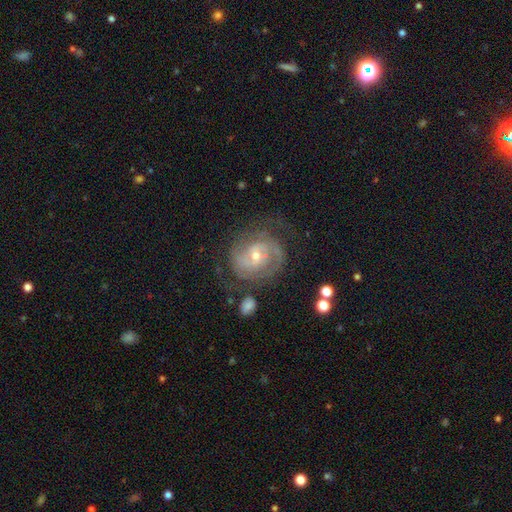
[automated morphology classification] Smooth or featured? Predicted: featured or disk (p=0.85). Edge-on disk? Predicted: no (p=0.97). Bar? Predicted: no (p=0.52). Spiral arms? Predicted: yes (p=0.93). Spiral winding? Predicted: tight (p=0.52). Spiral arm count? Predicted: 2 (p=0.55). Bulge size? Predicted: small (p=0.58). Merging? Predicted: none (p=0.63).